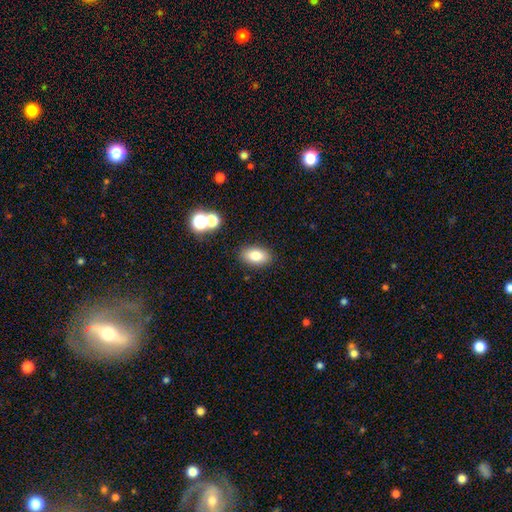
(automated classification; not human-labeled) Overall: smooth (81%). How rounded: in between (90%). Merging: none (87%).